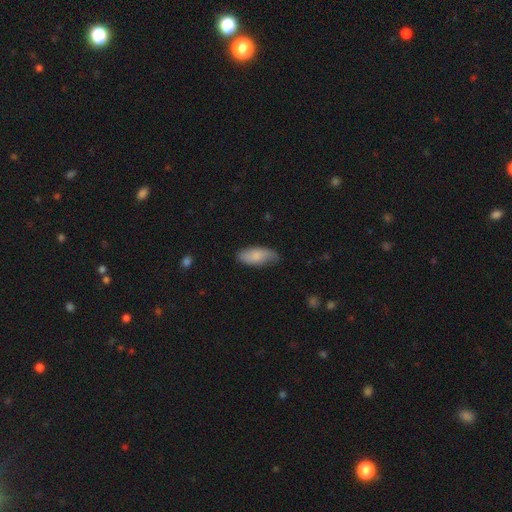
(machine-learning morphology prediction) Smooth or featured?
  - smooth: 77% *
  - featured or disk: 17%
  - star or artifact: 6%
How rounded?
  - in between: 83% *
  - cigar-shaped: 15%
  - round: 2%
Merging?
  - none: 73% *
  - minor disturbance: 22%
  - major disturbance: 4%
  - merger: 1%